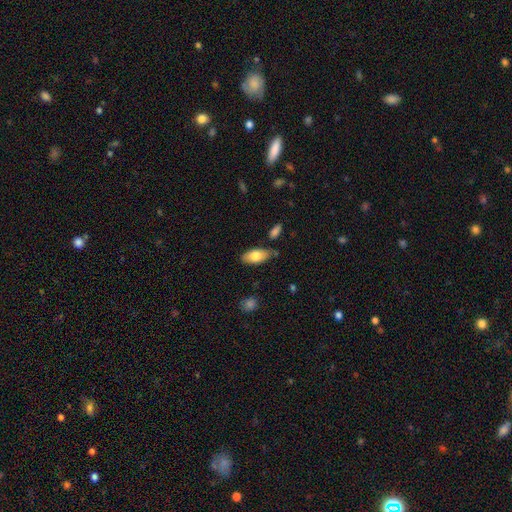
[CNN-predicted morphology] The model was most divided on "smooth or featured": smooth: 76%, featured or disk: 18%, star or artifact: 6%. More confident: how rounded — in between (90%); merging — none (76%).